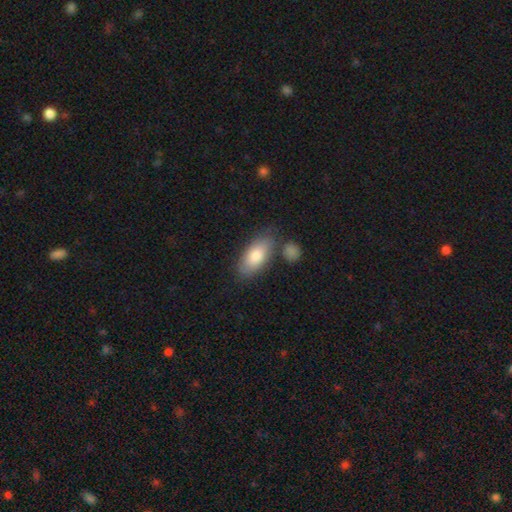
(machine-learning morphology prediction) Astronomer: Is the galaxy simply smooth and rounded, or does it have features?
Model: smooth — 81%.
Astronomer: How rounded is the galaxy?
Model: in between — 90%.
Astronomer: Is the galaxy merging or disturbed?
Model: none — 68%.